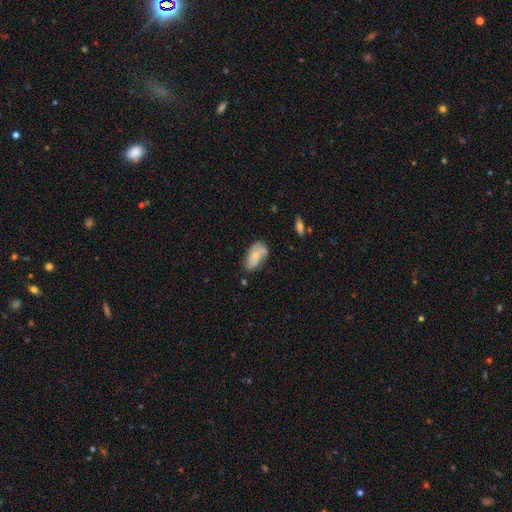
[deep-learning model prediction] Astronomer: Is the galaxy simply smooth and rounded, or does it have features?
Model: smooth — 62%.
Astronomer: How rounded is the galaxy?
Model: in between — 92%.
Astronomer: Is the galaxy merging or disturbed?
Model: none — 52% (runner-up: minor disturbance, 31%).